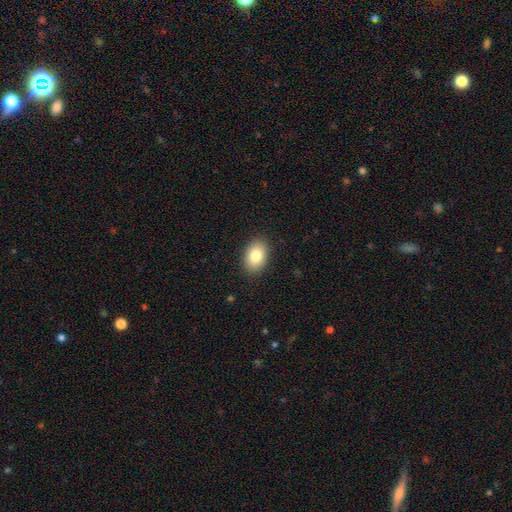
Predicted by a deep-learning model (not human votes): A smooth galaxy with no disk features (84%) that is in between round and cigar-shaped (87%).

Vote fractions:
- Smooth or featured? smooth: 84% / featured or disk: 8% / star or artifact: 8%
- How rounded? in between: 87% / round: 12% / cigar-shaped: 1%
- Merging? none: 89% / minor disturbance: 8% / major disturbance: 2% / merger: 1%